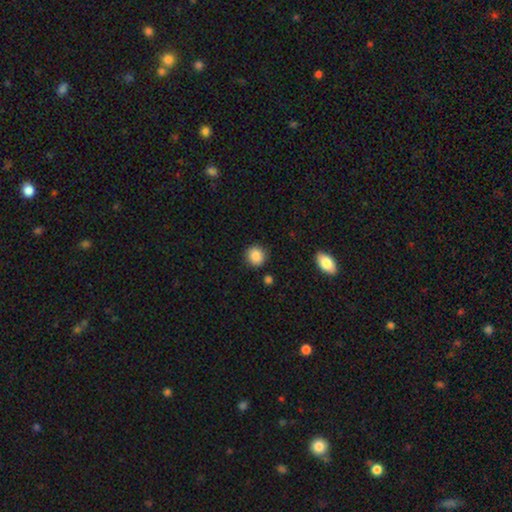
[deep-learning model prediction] smooth_or_featured: smooth (p=0.87) [alt: star or artifact p=0.09]
how_rounded: round (p=0.88) [alt: in between p=0.11]
merging: none (p=0.87) [alt: minor disturbance p=0.08]